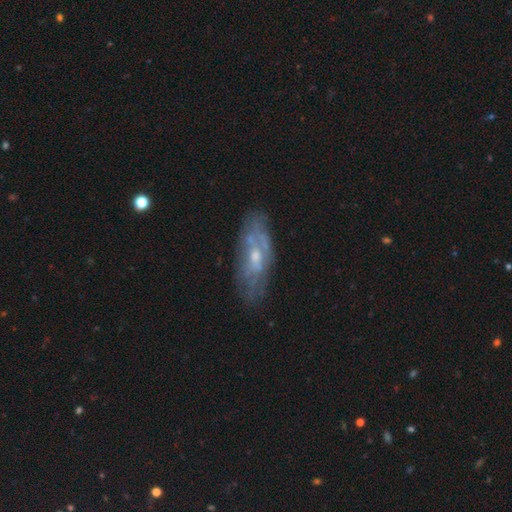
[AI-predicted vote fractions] Q: Smooth or featured?
A: featured or disk (65%); runner-up: smooth (28%)
Q: Edge-on disk?
A: no (81%); runner-up: yes (19%)
Q: Bar?
A: no (71%); runner-up: weak (25%)
Q: Spiral arms?
A: no (55%); runner-up: yes (45%)
Q: Bulge size?
A: small (48%); runner-up: moderate (46%)
Q: Merging?
A: none (68%); runner-up: minor disturbance (21%)